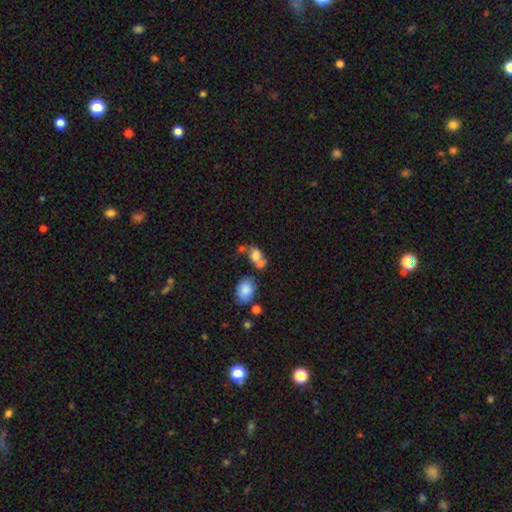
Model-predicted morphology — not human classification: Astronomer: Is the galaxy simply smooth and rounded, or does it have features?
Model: smooth — 73%.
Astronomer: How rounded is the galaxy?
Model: in between — 64%.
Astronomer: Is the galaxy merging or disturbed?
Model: merger — 47% (runner-up: none, 32%).